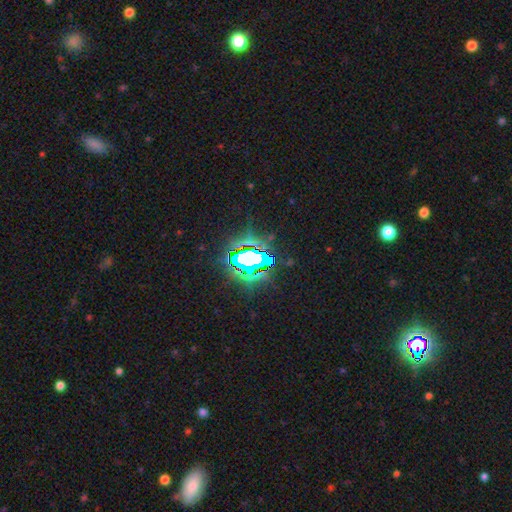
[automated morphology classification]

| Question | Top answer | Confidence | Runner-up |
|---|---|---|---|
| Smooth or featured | star or artifact | 75% | smooth (13%) |